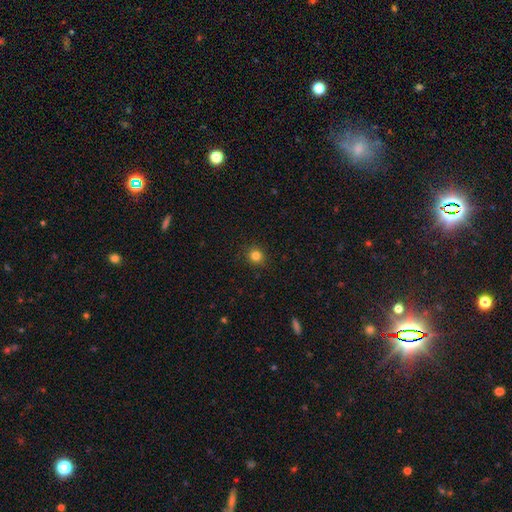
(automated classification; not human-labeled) Smooth or featured? smooth (82%)
How rounded? round (91%)
Merging? none (91%)